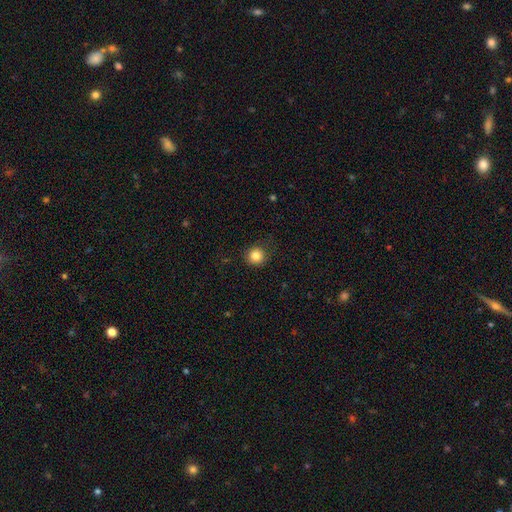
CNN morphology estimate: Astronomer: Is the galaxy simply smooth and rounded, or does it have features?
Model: smooth — 84%.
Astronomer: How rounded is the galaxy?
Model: round — 93%.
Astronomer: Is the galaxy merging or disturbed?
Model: none — 84%.